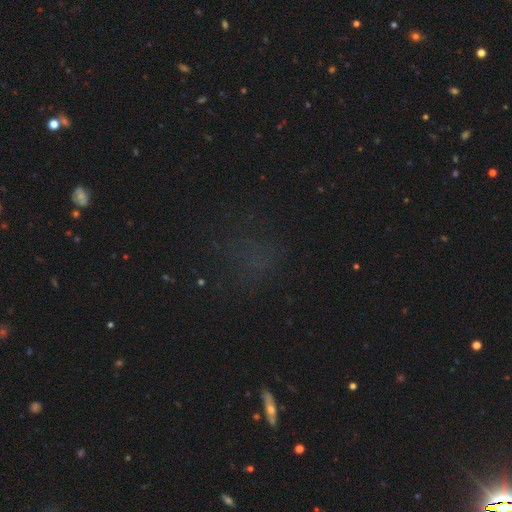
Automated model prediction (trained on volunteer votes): Smooth or featured: star or artifact — 56% (smooth — 30%)